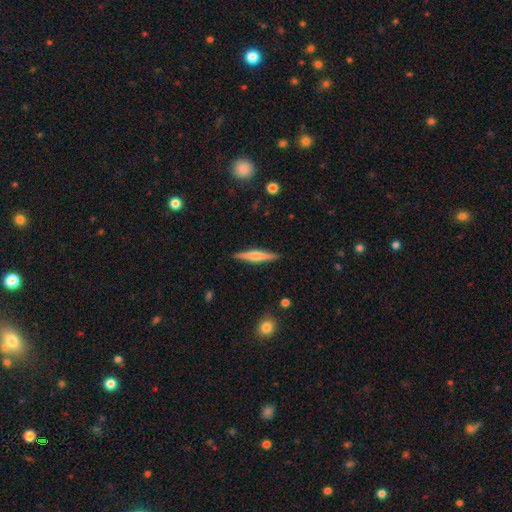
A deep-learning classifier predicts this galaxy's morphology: Smooth or featured? featured or disk (56%)
Edge-on disk? yes (98%)
Edge-on bulge? rounded (72%)
Merging? none (91%)